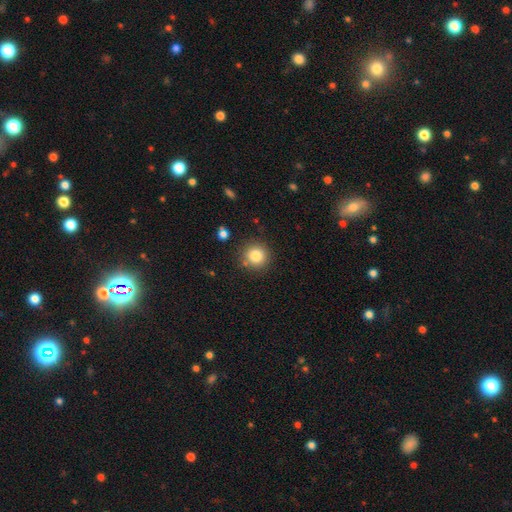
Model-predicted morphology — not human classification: A smooth galaxy with no disk features (82%) that is round (93%).

Vote fractions:
- Smooth or featured? smooth: 82% / star or artifact: 11% / featured or disk: 7%
- How rounded? round: 93% / in between: 6% / cigar-shaped: 1%
- Merging? none: 84% / minor disturbance: 9% / merger: 4% / major disturbance: 3%